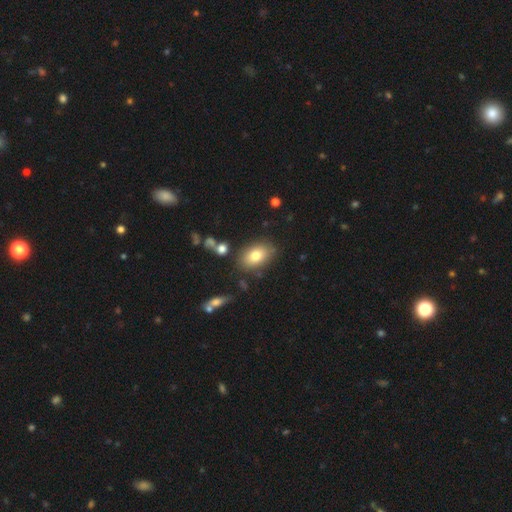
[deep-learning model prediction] Smooth or featured?
  - smooth: 78% *
  - featured or disk: 13%
  - star or artifact: 8%
How rounded?
  - in between: 88% *
  - round: 10%
  - cigar-shaped: 2%
Merging?
  - none: 81% *
  - minor disturbance: 12%
  - merger: 4%
  - major disturbance: 3%